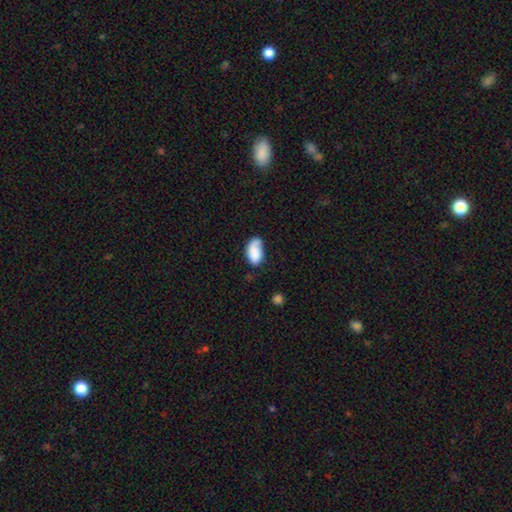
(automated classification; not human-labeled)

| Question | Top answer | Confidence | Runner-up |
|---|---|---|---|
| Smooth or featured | smooth | 79% | featured or disk (14%) |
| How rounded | in between | 94% | round (4%) |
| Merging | none | 49% | minor disturbance (33%) |